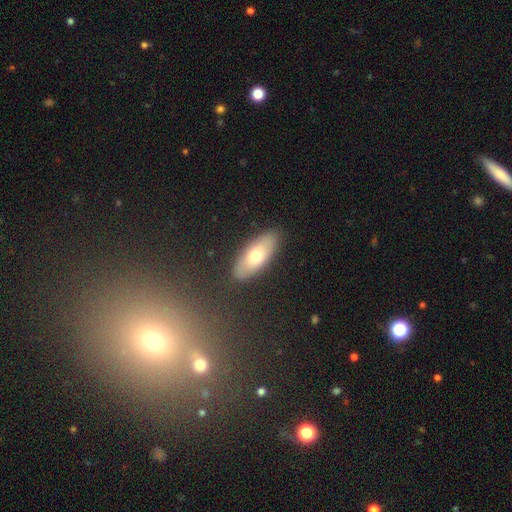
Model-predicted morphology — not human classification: A smooth galaxy with no disk features (64%) that is in between round and cigar-shaped (81%). Merging: none (86%).